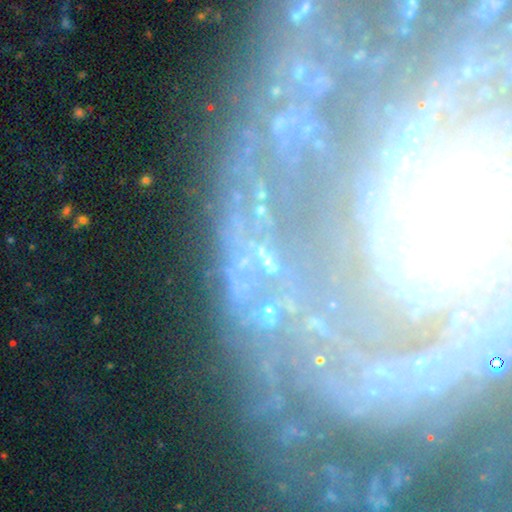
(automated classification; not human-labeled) The model was most divided on "bulge size": small: 42%, moderate: 30%, none: 14%, large: 9%, dominant: 5%. More confident: edge-on disk — no (85%); spiral arms — yes (78%); merging — none (64%); smooth or featured — featured or disk (61%); bar — no (51%).